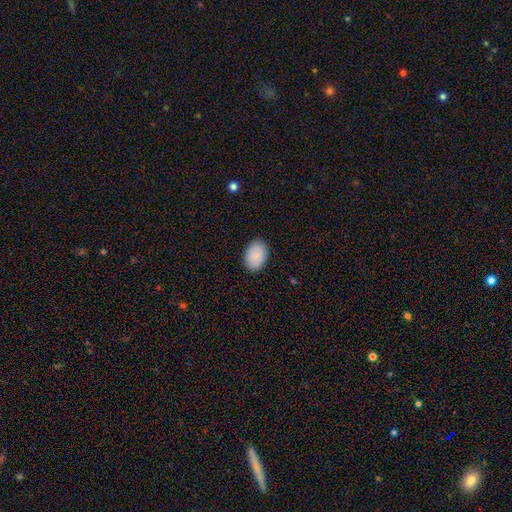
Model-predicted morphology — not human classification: This appears to be a smooth galaxy with no disk features (88%) that is in between round and cigar-shaped (82%). Merging: none (88%).